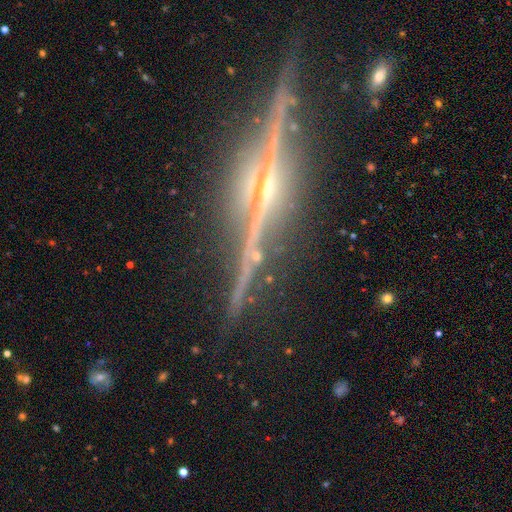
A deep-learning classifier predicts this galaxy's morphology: This appears to be a star or artifact, not a galaxy (55%).